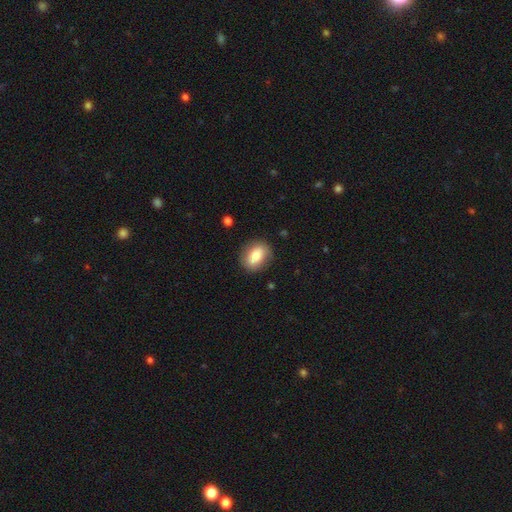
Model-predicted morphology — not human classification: Smooth or featured? Predicted: smooth (p=0.79). How rounded? Predicted: in between (p=0.77). Merging? Predicted: none (p=0.83).